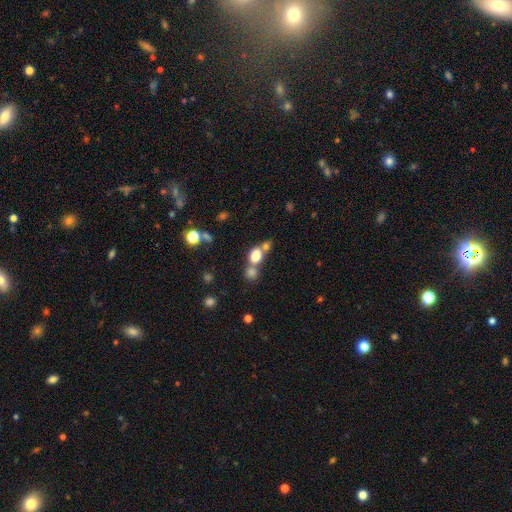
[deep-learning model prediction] Overall: smooth (77%). How rounded: in between (51%; round 47%). Merging: merger (46%; none 39%).